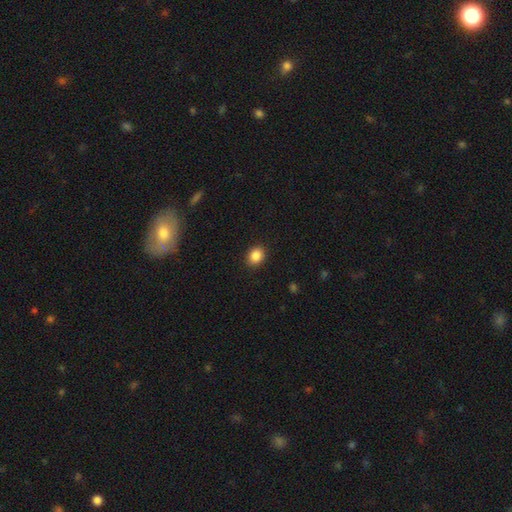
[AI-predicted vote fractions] Overall: smooth (87%). How rounded: round (53%; in between 46%). Merging: none (90%).